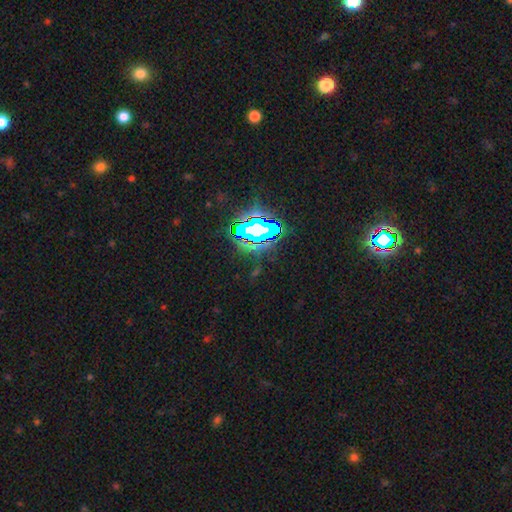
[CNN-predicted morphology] Q: Smooth or featured?
A: star or artifact (80%); runner-up: smooth (12%)